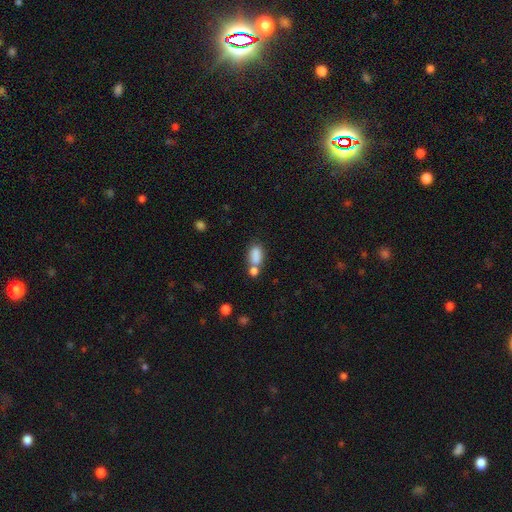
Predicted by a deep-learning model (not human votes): This is clearly a smooth galaxy (81%). How rounded: clearly in between (84%). Merging: marginally merger (42%).